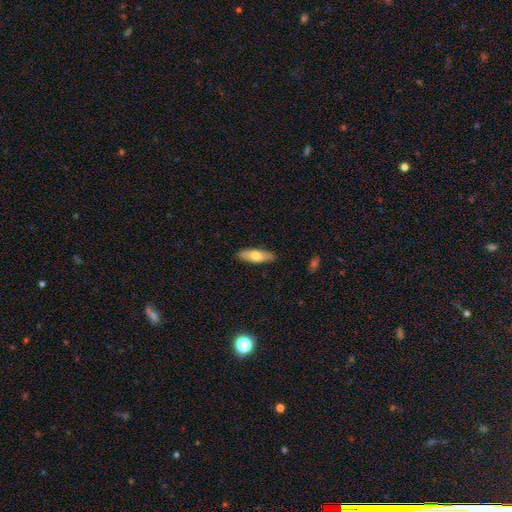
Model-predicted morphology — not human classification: Smooth or featured? Predicted: smooth (p=0.68). How rounded? Predicted: in between (p=0.59). Merging? Predicted: none (p=0.87).